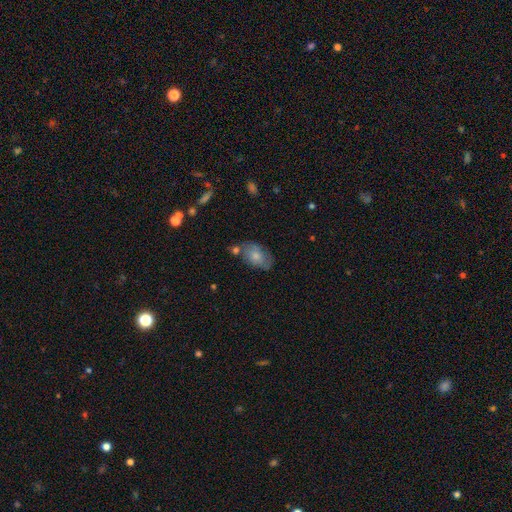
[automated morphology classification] Smooth or featured: smooth — 72% (featured or disk — 21%)
How rounded: in between — 89% (round — 9%)
Merging: none — 59% (minor disturbance — 23%)